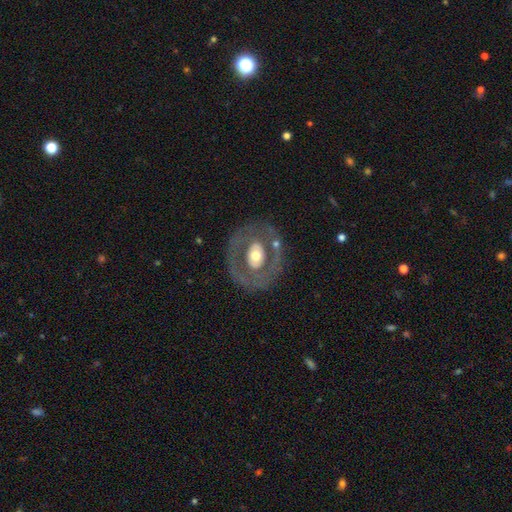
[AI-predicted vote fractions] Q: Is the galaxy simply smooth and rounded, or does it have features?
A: featured or disk — 64%.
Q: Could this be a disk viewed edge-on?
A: no — 94%.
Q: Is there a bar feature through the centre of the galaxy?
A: no — 73%.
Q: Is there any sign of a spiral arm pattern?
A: no — 75%.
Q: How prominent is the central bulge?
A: moderate — 61%.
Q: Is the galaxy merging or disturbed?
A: none — 74%.